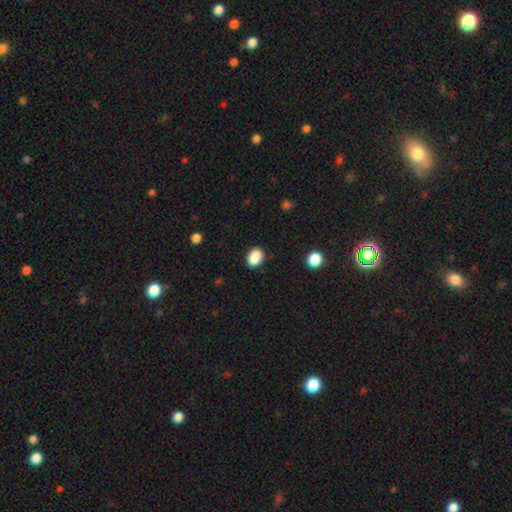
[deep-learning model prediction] smooth_or_featured: smooth (p=0.88) [alt: star or artifact p=0.09]
how_rounded: in between (p=0.74) [alt: round p=0.25]
merging: none (p=0.86) [alt: minor disturbance p=0.10]